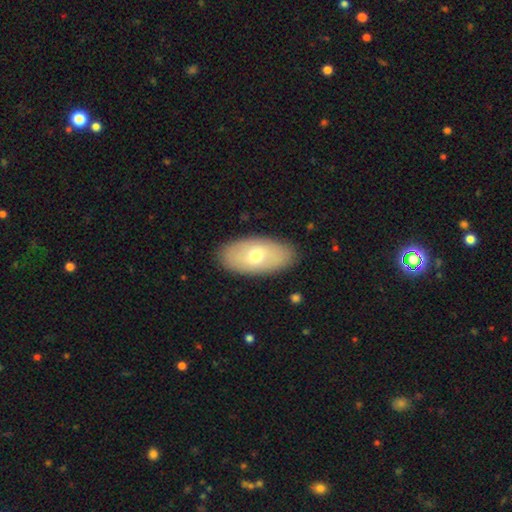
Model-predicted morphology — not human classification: type=smooth (61%); roundness=in between (93%); merging=none (86%).